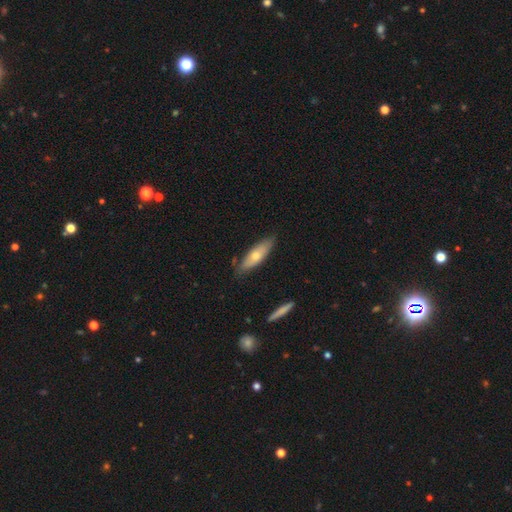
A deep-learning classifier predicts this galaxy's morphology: This appears to be a smooth galaxy with no disk features (57%) that is cigar-shaped (54%). Merging: none (80%).